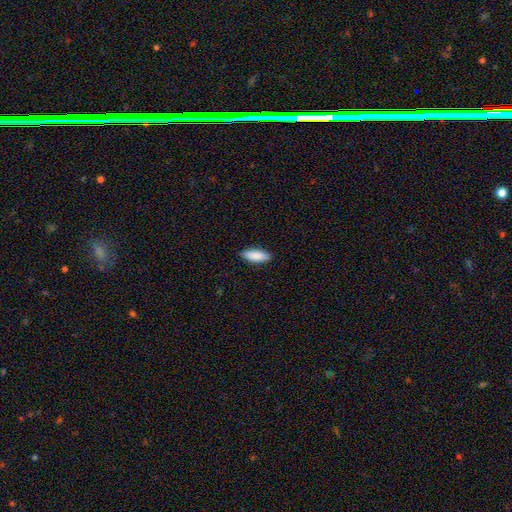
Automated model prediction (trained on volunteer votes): The model was most divided on "how rounded": in between: 68%, cigar-shaped: 30%, round: 2%. More confident: smooth or featured — smooth (89%); merging — none (88%).